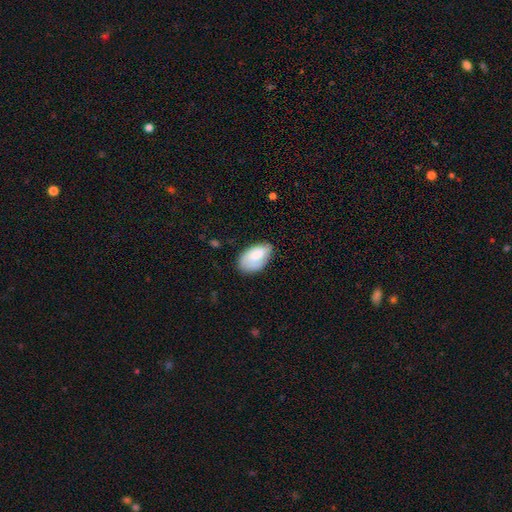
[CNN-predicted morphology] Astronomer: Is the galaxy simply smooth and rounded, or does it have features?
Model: smooth — 73%.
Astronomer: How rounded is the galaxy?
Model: in between — 94%.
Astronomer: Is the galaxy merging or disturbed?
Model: none — 65%.